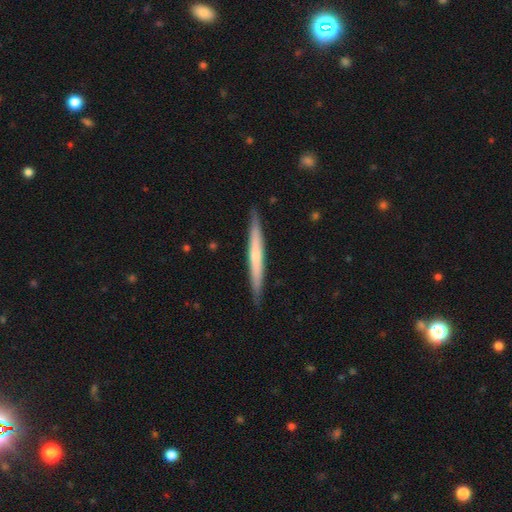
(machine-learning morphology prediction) A featured or disk galaxy (50%).

Vote fractions:
- Smooth or featured? featured or disk: 50% / smooth: 45% / star or artifact: 5%
- Merging? none: 90% / minor disturbance: 8% / major disturbance: 1% / merger: 1%